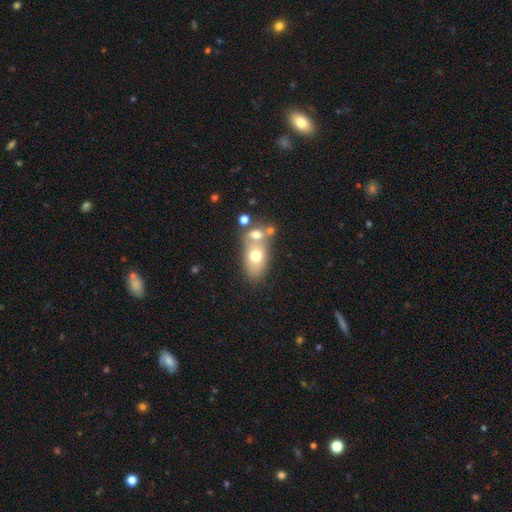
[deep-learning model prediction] Smooth or featured?
  - smooth: 65% *
  - featured or disk: 25%
  - star or artifact: 10%
How rounded?
  - in between: 78% *
  - round: 20%
  - cigar-shaped: 3%
Merging?
  - merger: 51% *
  - none: 33%
  - minor disturbance: 11%
  - major disturbance: 6%